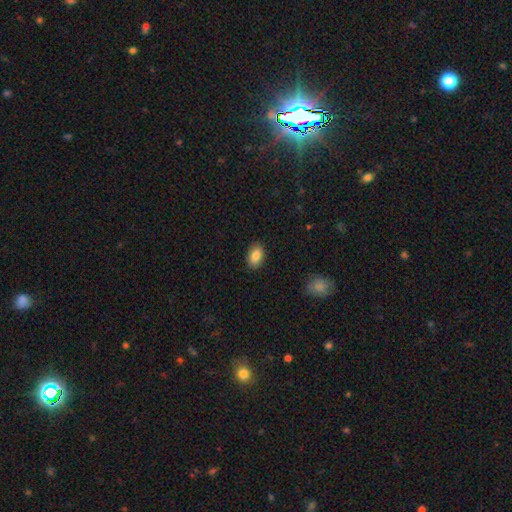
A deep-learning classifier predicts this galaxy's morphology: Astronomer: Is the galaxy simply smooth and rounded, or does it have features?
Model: smooth — 85%.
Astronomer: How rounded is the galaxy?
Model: in between — 90%.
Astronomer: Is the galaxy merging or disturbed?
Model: none — 87%.